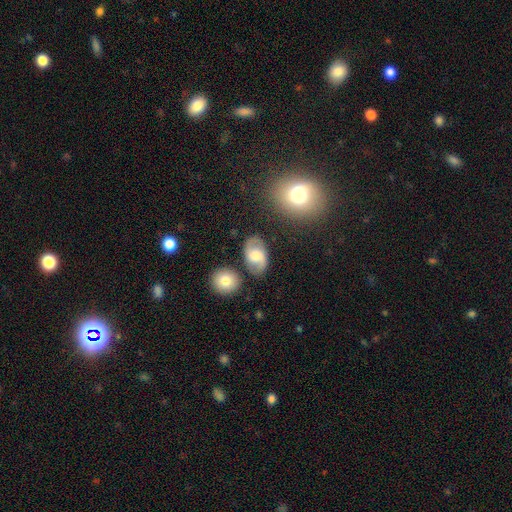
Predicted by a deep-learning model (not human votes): Smooth or featured: featured or disk — 57% (smooth — 35%)
Edge-on disk: no — 96% (yes — 4%)
Bar: no — 52% (weak — 40%)
Spiral arms: yes — 82% (no — 18%)
Bulge size: moderate — 55% (large — 23%)
Merging: none — 76% (minor disturbance — 15%)